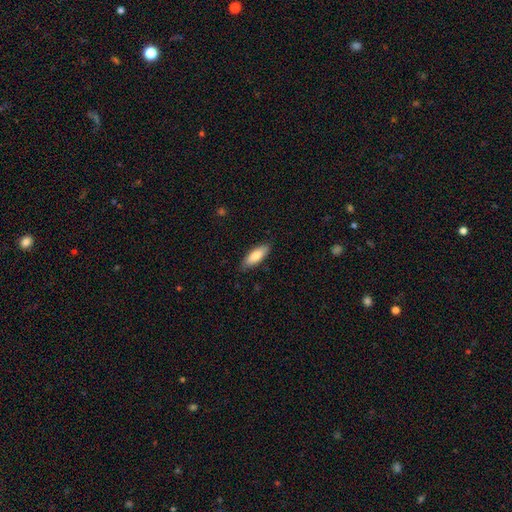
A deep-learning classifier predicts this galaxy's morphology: Smooth or featured: smooth — 81% (featured or disk — 14%)
How rounded: in between — 69% (cigar-shaped — 29%)
Merging: none — 84% (minor disturbance — 13%)